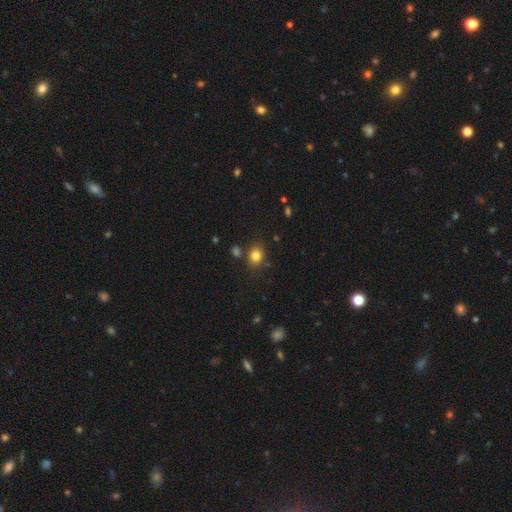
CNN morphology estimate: smooth-or-featured: smooth: 81% | star or artifact: 12% | featured or disk: 7%
  how-rounded: round: 59% | in between: 40% | cigar-shaped: 1%
  merging: none: 78% | minor disturbance: 12% | merger: 7% | major disturbance: 3%